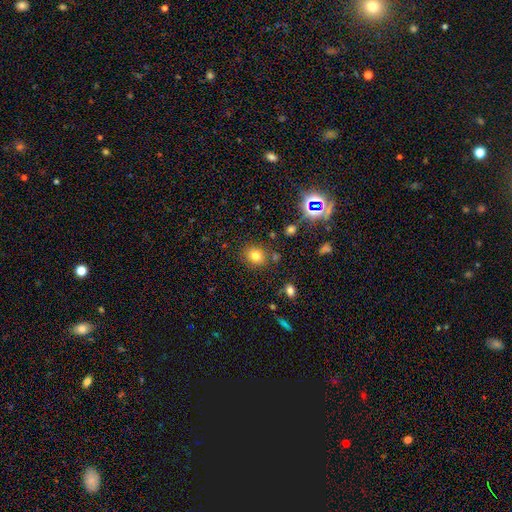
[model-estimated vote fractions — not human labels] Overall: smooth (77%). How rounded: round (68%; in between 32%). Merging: none (82%).